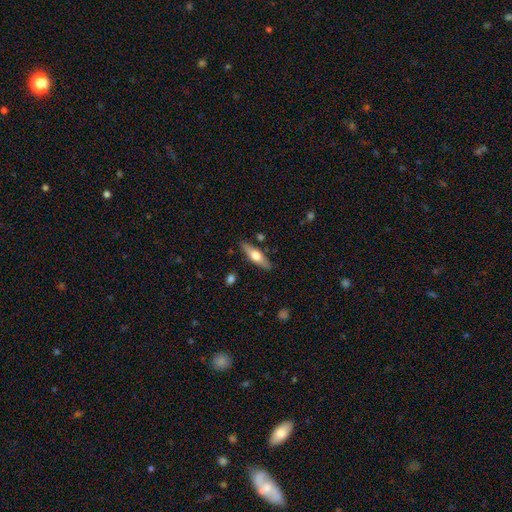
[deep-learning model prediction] Smooth or featured? featured or disk (51%)
Edge-on disk? yes (92%)
Merging? none (85%)